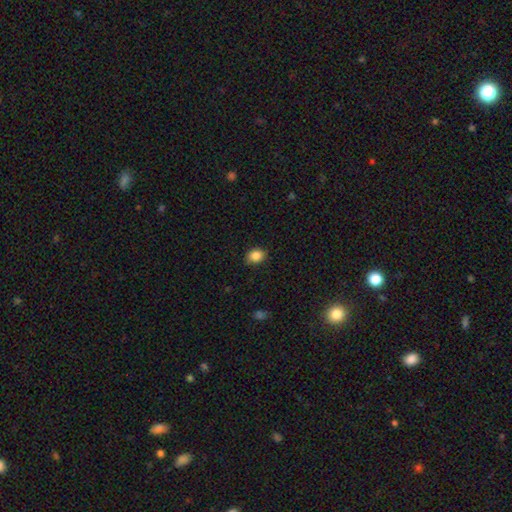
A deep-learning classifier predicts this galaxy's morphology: smooth-or-featured: smooth: 86% | star or artifact: 9% | featured or disk: 5%
  how-rounded: round: 53% | in between: 46% | cigar-shaped: 1%
  merging: none: 81% | minor disturbance: 15% | major disturbance: 3% | merger: 1%